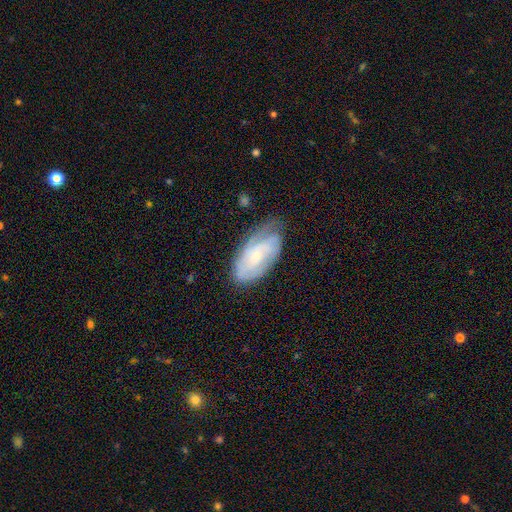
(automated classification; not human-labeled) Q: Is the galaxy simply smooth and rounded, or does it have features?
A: featured or disk — 67%.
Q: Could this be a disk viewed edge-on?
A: no — 94%.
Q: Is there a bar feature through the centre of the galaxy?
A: no — 65%.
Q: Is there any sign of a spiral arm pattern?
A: yes — 87%.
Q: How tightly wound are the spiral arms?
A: tight — 60%.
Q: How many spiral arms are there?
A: can't tell — 44%.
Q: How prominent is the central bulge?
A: small — 63%.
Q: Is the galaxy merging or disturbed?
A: none — 60%.